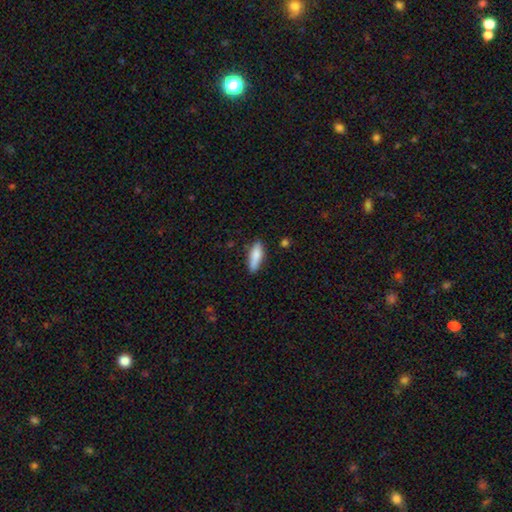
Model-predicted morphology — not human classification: A smooth galaxy with no disk features (81%) that is cigar-shaped (50%).

Vote fractions:
- Smooth or featured? smooth: 81% / featured or disk: 12% / star or artifact: 6%
- How rounded? cigar-shaped: 50% / in between: 48% / round: 2%
- Merging? none: 80% / minor disturbance: 15% / major disturbance: 3% / merger: 2%